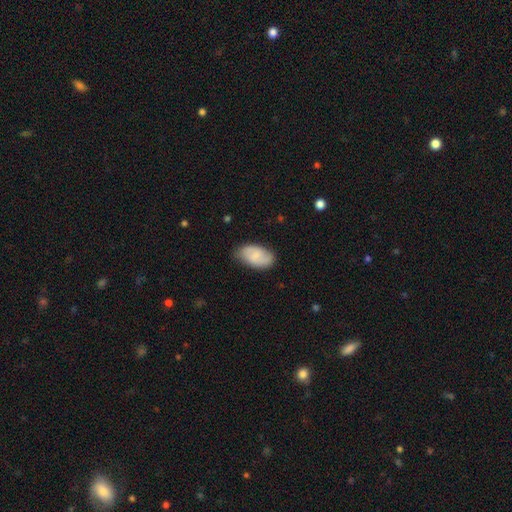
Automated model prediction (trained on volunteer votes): smooth-or-featured: smooth: 53% | featured or disk: 40% | star or artifact: 7%
  how-rounded: in between: 93% | round: 5% | cigar-shaped: 2%
  merging: none: 76% | minor disturbance: 19% | major disturbance: 4% | merger: 1%